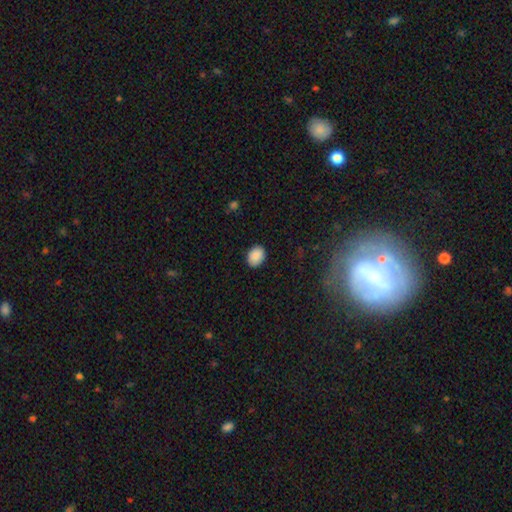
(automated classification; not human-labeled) Smooth or featured: smooth — 89% (star or artifact — 8%)
How rounded: in between — 72% (round — 27%)
Merging: none — 88% (minor disturbance — 9%)